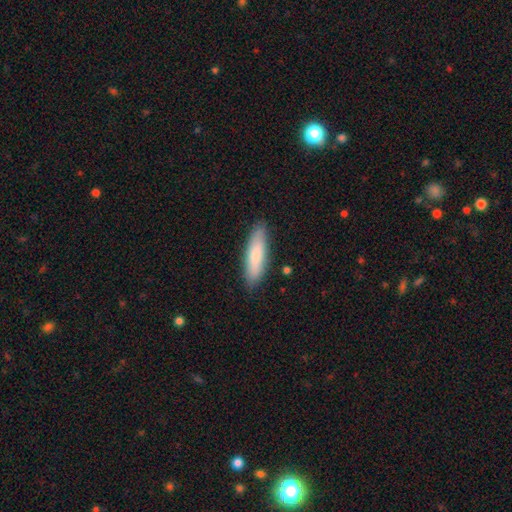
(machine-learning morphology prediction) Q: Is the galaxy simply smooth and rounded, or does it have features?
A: smooth — 79%.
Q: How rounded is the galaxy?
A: cigar-shaped — 64%.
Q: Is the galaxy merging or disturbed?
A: none — 87%.